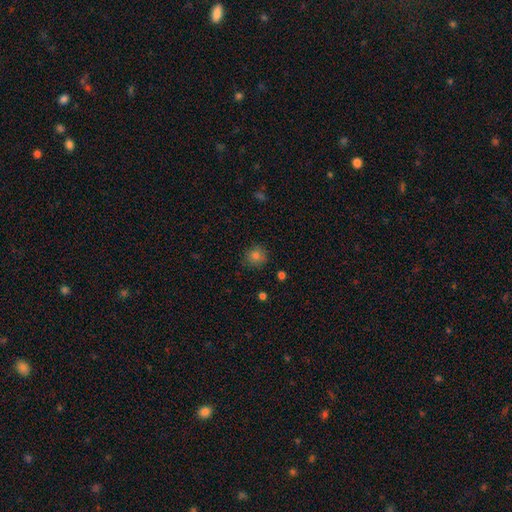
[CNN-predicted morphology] Overall: smooth (81%). How rounded: round (92%). Merging: none (88%).